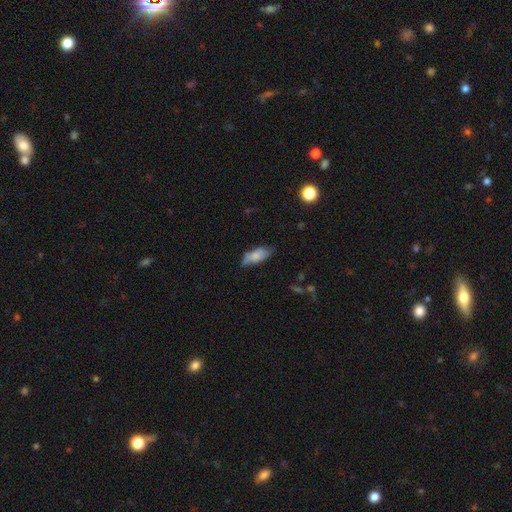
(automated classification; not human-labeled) Smooth or featured?
  - smooth: 71% *
  - featured or disk: 22%
  - star or artifact: 7%
How rounded?
  - in between: 76% *
  - cigar-shaped: 21%
  - round: 2%
Merging?
  - none: 58% *
  - minor disturbance: 31%
  - major disturbance: 8%
  - merger: 3%